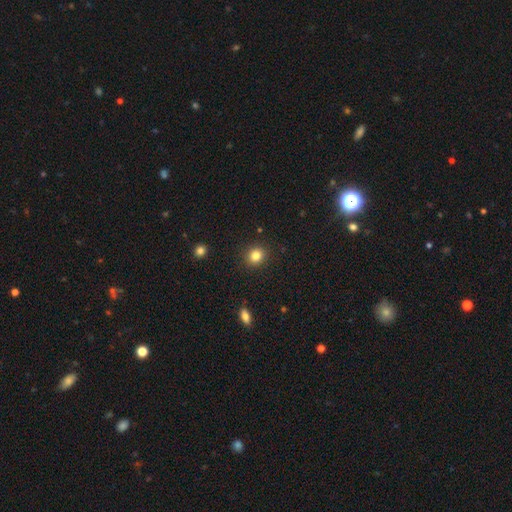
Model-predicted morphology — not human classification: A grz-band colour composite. It shows a smooth galaxy with no disk features (83%) that is round (80%). Merging: none (91%).